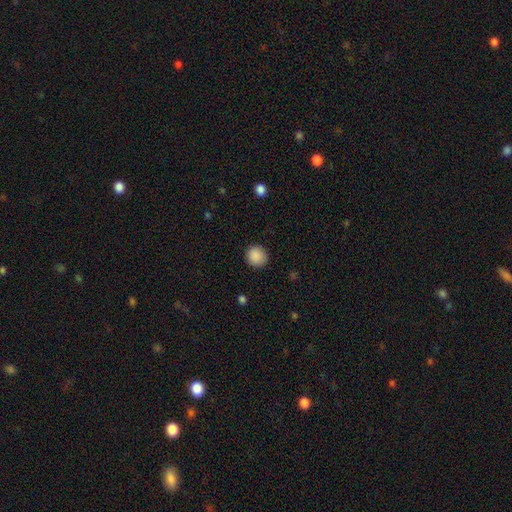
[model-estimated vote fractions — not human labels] Overall: smooth (89%). How rounded: round (90%). Merging: none (90%).